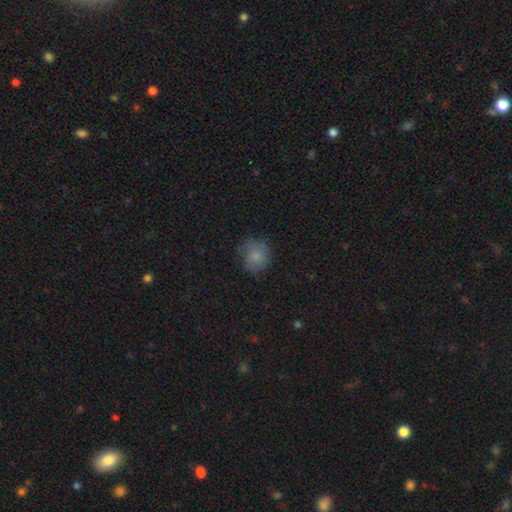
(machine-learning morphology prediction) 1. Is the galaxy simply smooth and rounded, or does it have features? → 77% smooth, 14% featured or disk, 10% star or artifact.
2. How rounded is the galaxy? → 77% round, 22% in between, 1% cigar-shaped.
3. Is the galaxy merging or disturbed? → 67% none, 23% minor disturbance, 9% major disturbance, 1% merger.